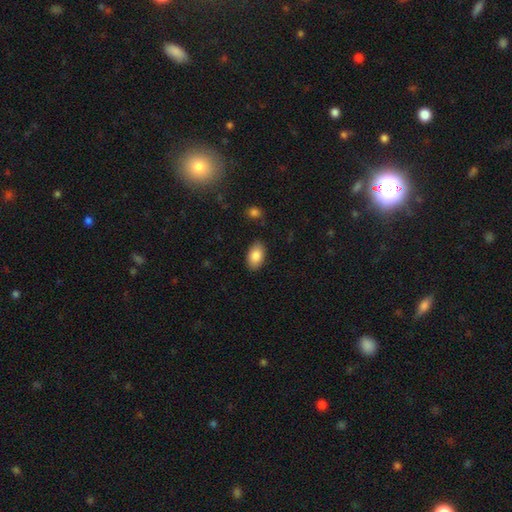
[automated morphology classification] Smooth or featured?
  - smooth: 85% *
  - featured or disk: 8%
  - star or artifact: 7%
How rounded?
  - in between: 92% *
  - round: 6%
  - cigar-shaped: 1%
Merging?
  - none: 86% *
  - minor disturbance: 10%
  - major disturbance: 2%
  - merger: 1%